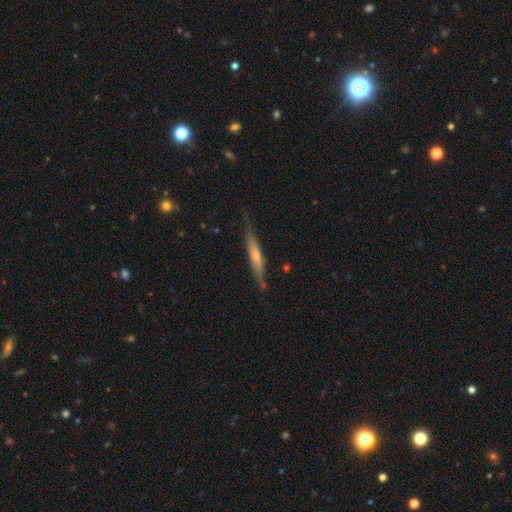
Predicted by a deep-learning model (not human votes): smooth 51%, featured or disk 43%, star or artifact 6%. Down the decision tree: how rounded — cigar-shaped (92%); merging — none (72%).